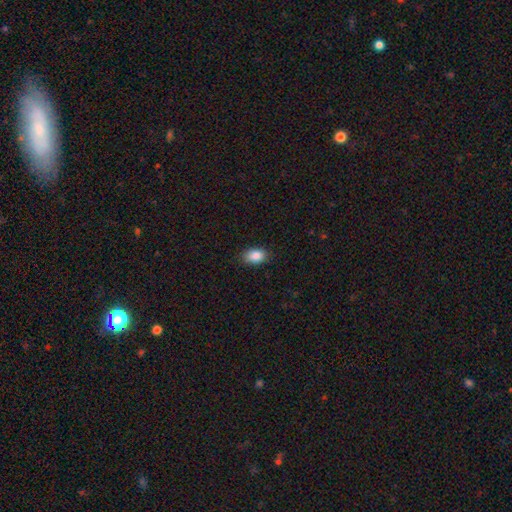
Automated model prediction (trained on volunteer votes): A smooth galaxy with no disk features (87%) that is in between round and cigar-shaped (85%).

Vote fractions:
- Smooth or featured? smooth: 87% / star or artifact: 8% / featured or disk: 5%
- How rounded? in between: 85% / round: 14% / cigar-shaped: 1%
- Merging? none: 85% / minor disturbance: 12% / major disturbance: 2% / merger: 1%